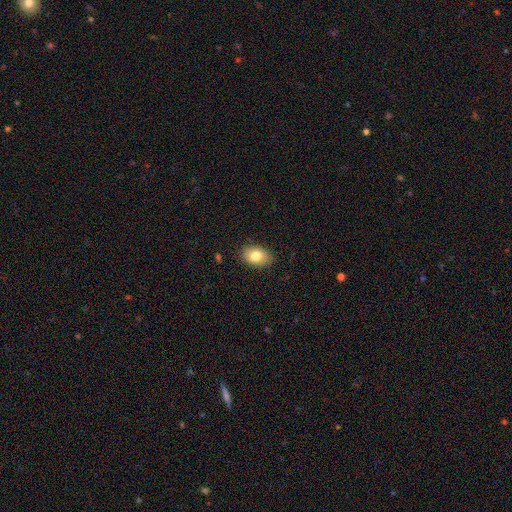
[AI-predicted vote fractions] smooth-or-featured: smooth: 81% | featured or disk: 11% | star or artifact: 8%
  how-rounded: in between: 86% | round: 12% | cigar-shaped: 1%
  merging: none: 86% | minor disturbance: 11% | major disturbance: 2% | merger: 1%